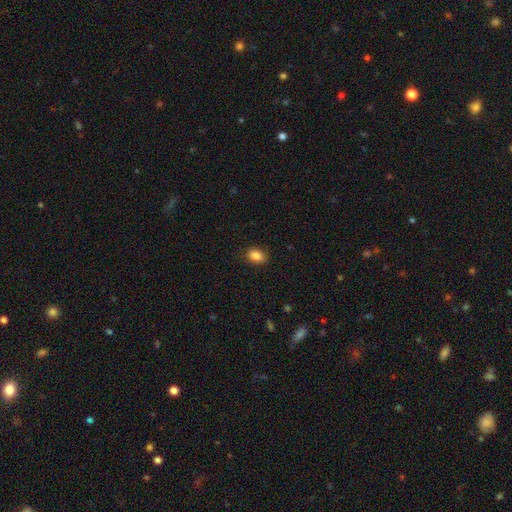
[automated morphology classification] Smooth or featured: smooth — 87% (star or artifact — 9%)
How rounded: in between — 78% (round — 21%)
Merging: none — 86% (minor disturbance — 11%)